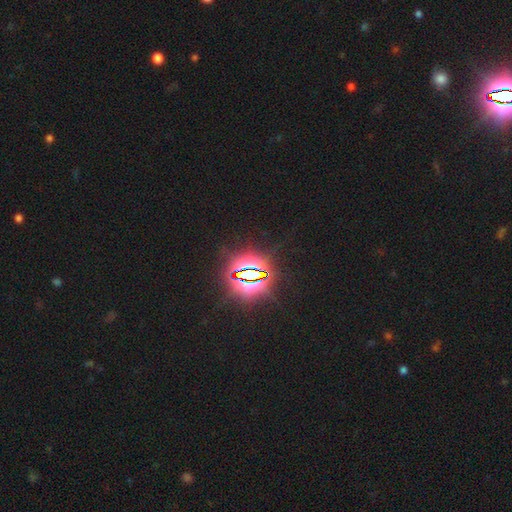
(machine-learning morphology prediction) This is clearly a star or artifact rather than a galaxy (84%).